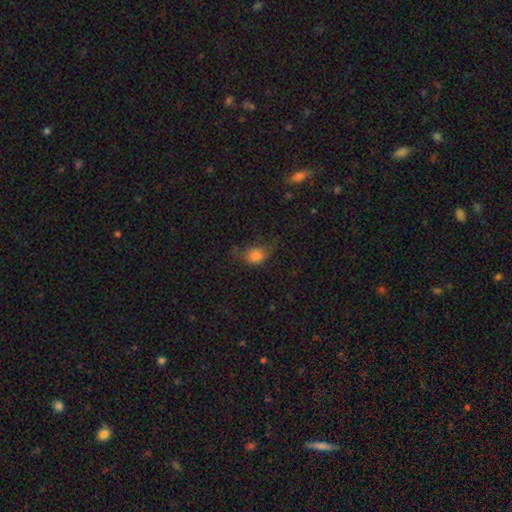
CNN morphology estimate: Q: Smooth or featured?
A: smooth (78%); runner-up: star or artifact (13%)
Q: How rounded?
A: in between (59%); runner-up: round (40%)
Q: Merging?
A: none (52%); runner-up: minor disturbance (30%)